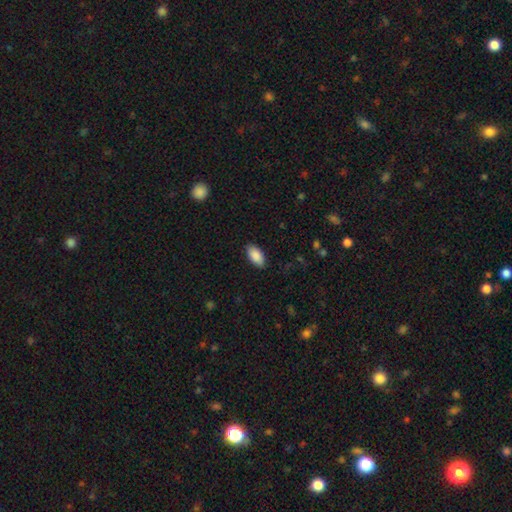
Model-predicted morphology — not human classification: The model was most divided on "merging": none: 87%, minor disturbance: 9%, major disturbance: 2%, merger: 1%. More confident: how rounded — in between (94%); smooth or featured — smooth (89%).